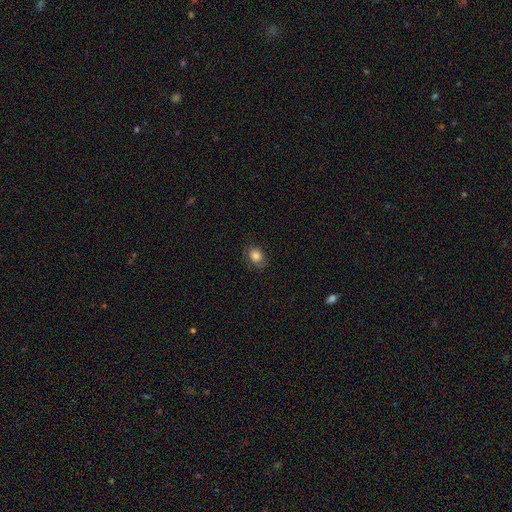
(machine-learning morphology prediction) The model was most divided on "how rounded": round: 52%, in between: 47%, cigar-shaped: 1%. More confident: smooth or featured — smooth (81%); merging — none (76%).